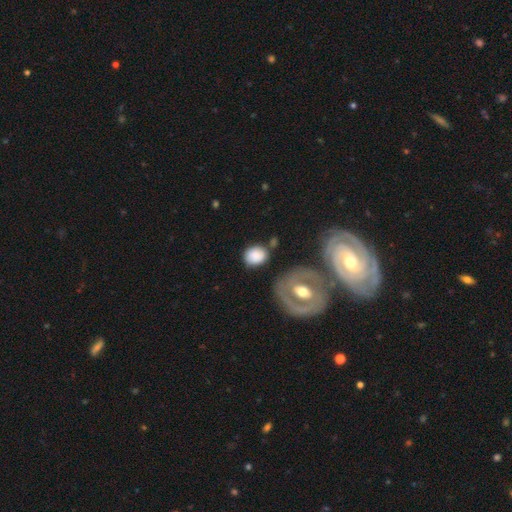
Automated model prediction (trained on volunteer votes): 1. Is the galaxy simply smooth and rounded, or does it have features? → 79% smooth, 13% featured or disk, 8% star or artifact.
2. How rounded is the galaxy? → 52% round, 46% in between, 1% cigar-shaped.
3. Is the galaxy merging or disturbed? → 64% none, 20% minor disturbance, 9% merger, 7% major disturbance.